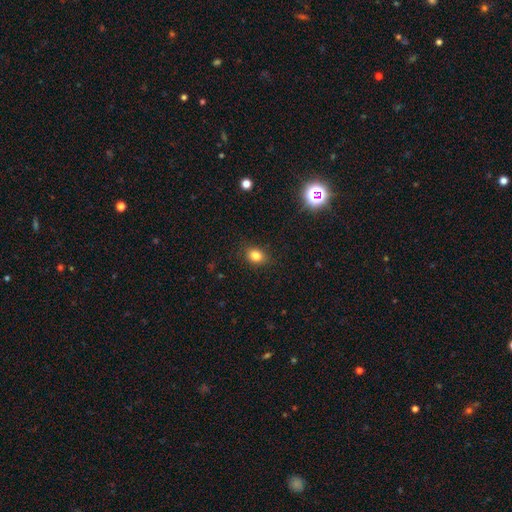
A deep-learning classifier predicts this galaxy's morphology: Smooth or featured? Predicted: smooth (p=0.82). How rounded? Predicted: in between (p=0.54). Merging? Predicted: none (p=0.86).